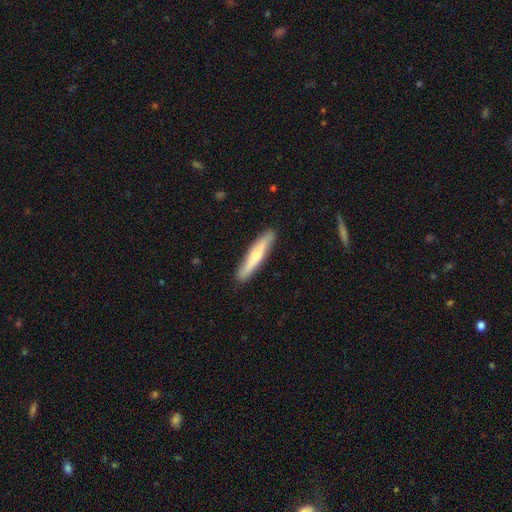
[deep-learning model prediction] Smooth or featured? Predicted: smooth (p=0.56). How rounded? Predicted: cigar-shaped (p=0.90). Merging? Predicted: none (p=0.89).